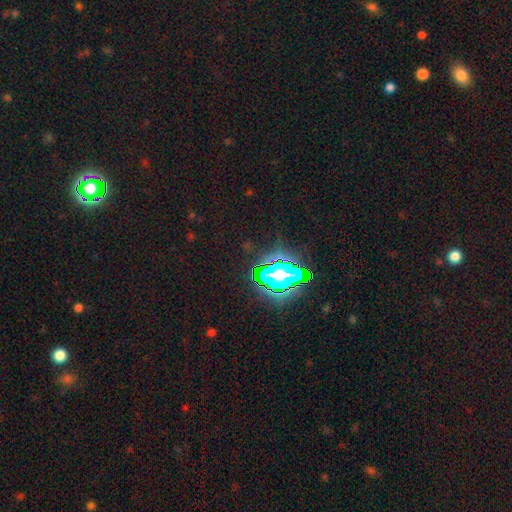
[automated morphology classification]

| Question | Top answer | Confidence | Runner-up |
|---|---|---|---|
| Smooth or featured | star or artifact | 75% | smooth (15%) |